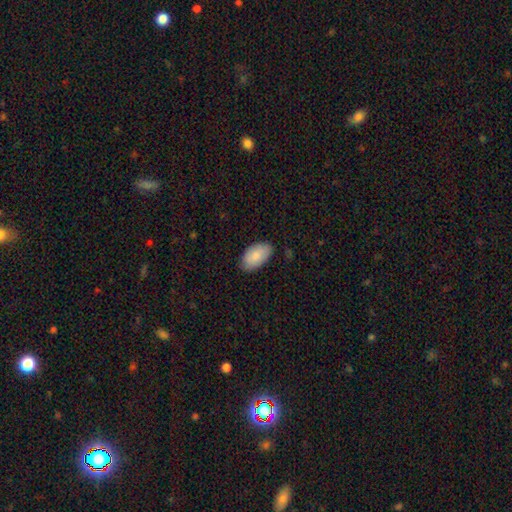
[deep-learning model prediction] Overall: smooth (85%). How rounded: in between (95%). Merging: none (82%).